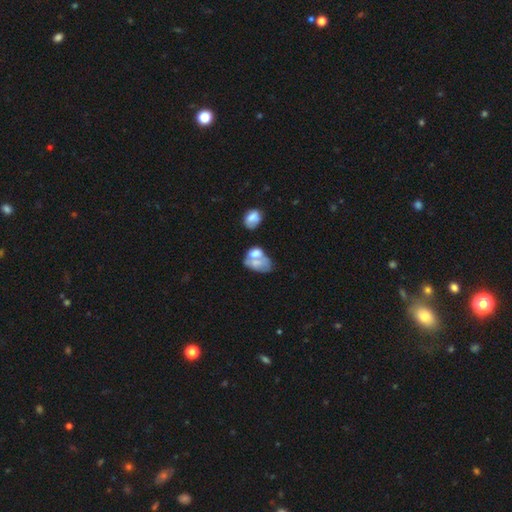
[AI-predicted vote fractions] This appears to be a smooth galaxy with no disk features (56%) that is in between round and cigar-shaped (83%). Merging: merger (45%).